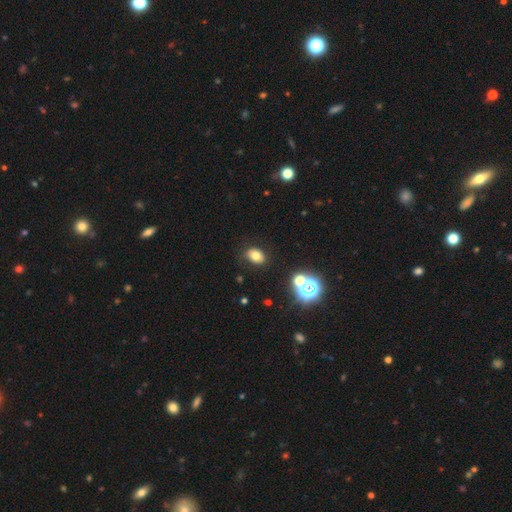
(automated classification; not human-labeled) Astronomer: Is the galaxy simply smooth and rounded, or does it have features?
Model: smooth — 75%.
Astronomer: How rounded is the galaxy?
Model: in between — 74%.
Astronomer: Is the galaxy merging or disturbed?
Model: none — 84%.